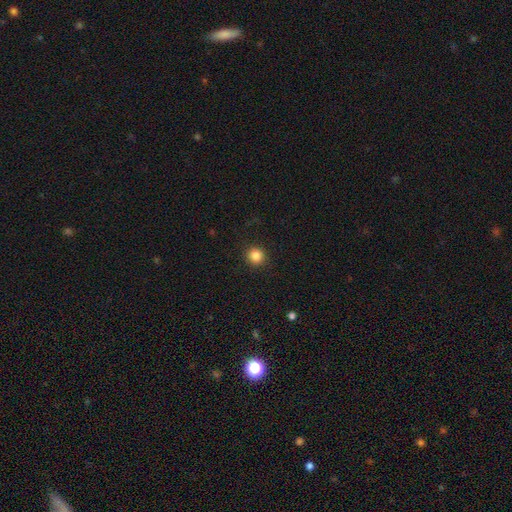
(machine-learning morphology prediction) Smooth or featured? smooth (86%)
How rounded? round (91%)
Merging? none (91%)